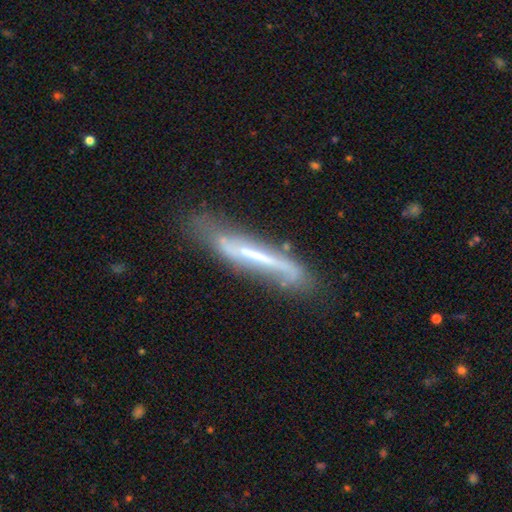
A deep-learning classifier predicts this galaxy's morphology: Smooth or featured: featured or disk — 66% (smooth — 26%)
Edge-on disk: yes — 60% (no — 40%)
Merging: none — 57% (minor disturbance — 26%)